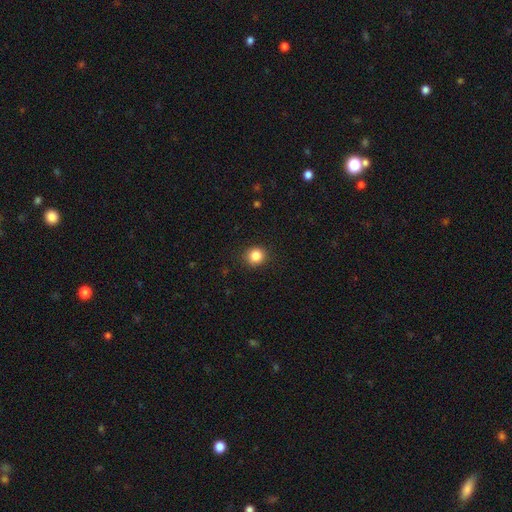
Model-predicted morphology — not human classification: Q: Smooth or featured?
A: smooth (85%); runner-up: star or artifact (11%)
Q: How rounded?
A: round (87%); runner-up: in between (12%)
Q: Merging?
A: none (90%); runner-up: minor disturbance (7%)